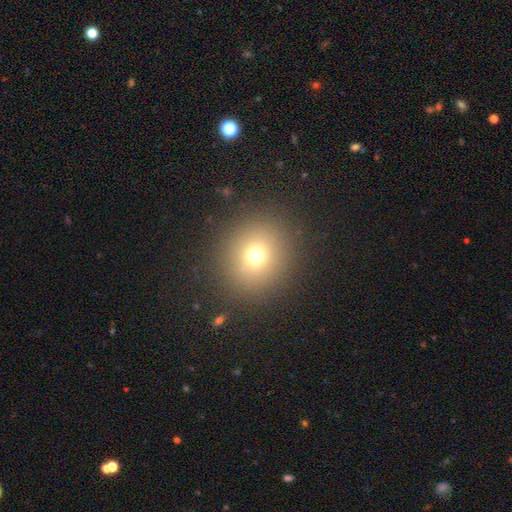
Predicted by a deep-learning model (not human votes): Morphology: type=smooth (70%); roundness=round (88%); merging=none (88%).